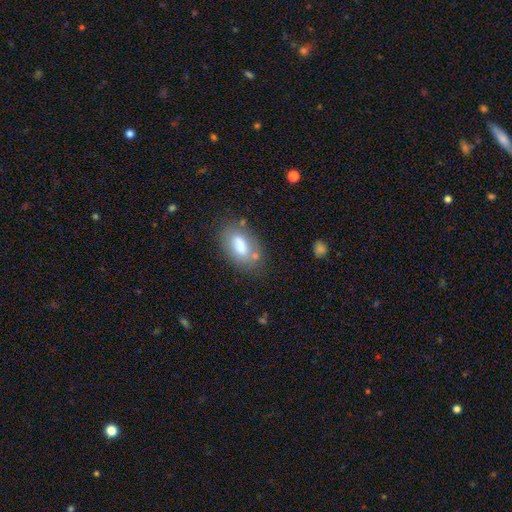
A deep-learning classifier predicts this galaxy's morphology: smooth 72%, featured or disk 19%, star or artifact 9%. Down the decision tree: how rounded — in between (91%); merging — none (68%).